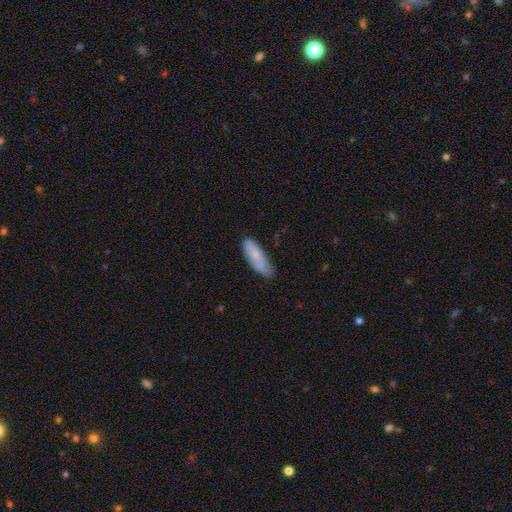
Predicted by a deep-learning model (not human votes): Smooth or featured: smooth — 74% (featured or disk — 19%)
How rounded: in between — 54% (cigar-shaped — 45%)
Merging: none — 75% (minor disturbance — 20%)